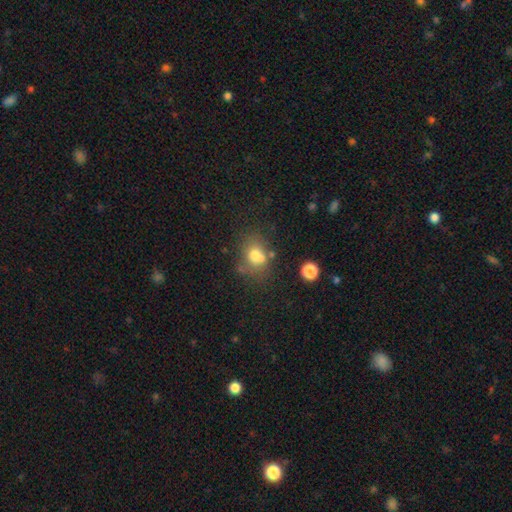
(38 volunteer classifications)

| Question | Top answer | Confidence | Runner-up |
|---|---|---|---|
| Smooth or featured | smooth | 84% | featured or disk (13%) |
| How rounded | in between | 56% | round (44%) |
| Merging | none | 46% | merger (41%) |